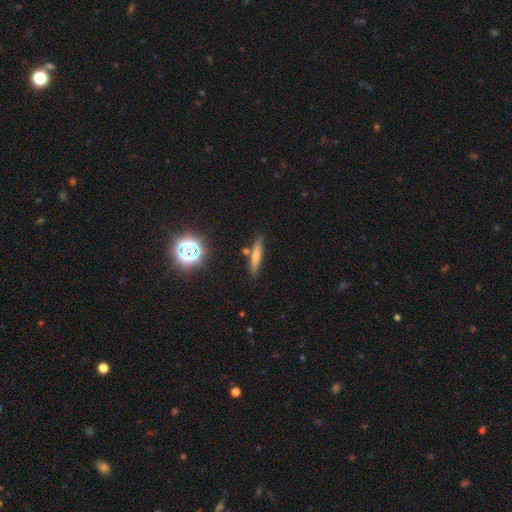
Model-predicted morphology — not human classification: Smooth or featured: smooth — 60% (featured or disk — 26%)
How rounded: cigar-shaped — 82% (in between — 13%)
Merging: none — 82% (minor disturbance — 10%)